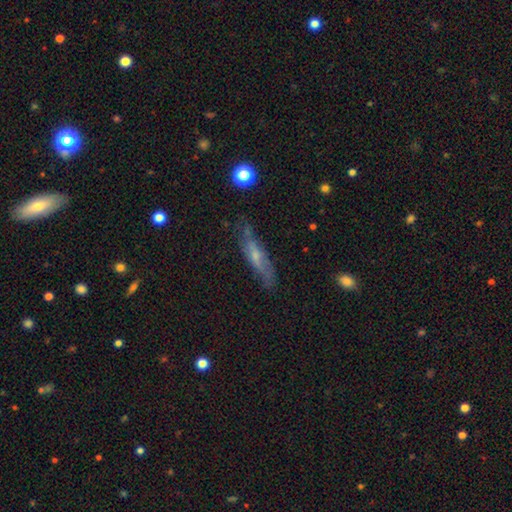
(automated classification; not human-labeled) featured or disk 46%, smooth 45%, star or artifact 8%. Down the decision tree: merging — none (65%).